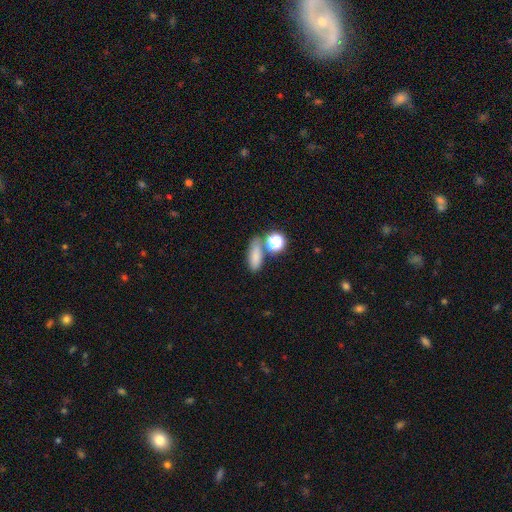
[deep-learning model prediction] A smooth galaxy with no disk features (78%) that is in between round and cigar-shaped (66%). Merging: none (63%).